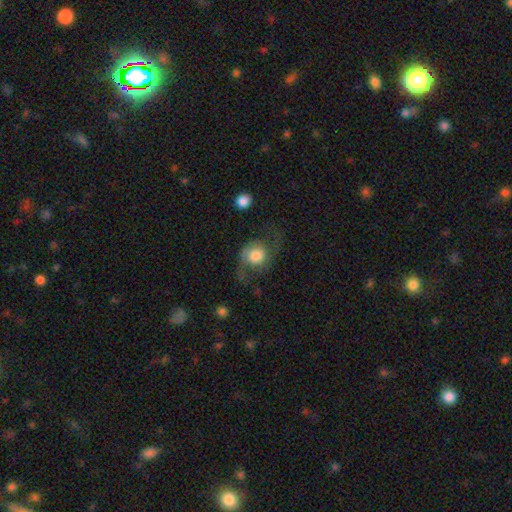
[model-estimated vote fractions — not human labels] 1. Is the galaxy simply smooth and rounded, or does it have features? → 61% featured or disk, 32% smooth, 7% star or artifact.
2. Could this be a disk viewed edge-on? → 97% no, 3% yes.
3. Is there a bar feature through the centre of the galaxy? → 74% no, 23% weak, 3% strong.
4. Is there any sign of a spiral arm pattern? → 90% yes, 10% no.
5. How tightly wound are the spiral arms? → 58% loose, 34% medium, 8% tight.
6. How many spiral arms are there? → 86% 2, 7% 1, 4% can't tell, 2% 3, 1% 4, 1% more than 4.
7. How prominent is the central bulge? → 42% large, 36% moderate, 10% dominant, 9% small, 4% none.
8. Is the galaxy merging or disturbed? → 48% none, 28% major disturbance, 21% minor disturbance, 3% merger.